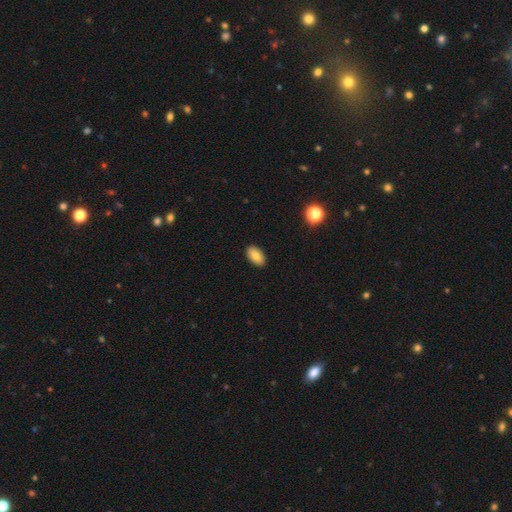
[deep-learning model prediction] Smooth or featured?
  - smooth: 80% *
  - featured or disk: 12%
  - star or artifact: 8%
How rounded?
  - in between: 94% *
  - round: 4%
  - cigar-shaped: 2%
Merging?
  - none: 90% *
  - minor disturbance: 7%
  - major disturbance: 2%
  - merger: 1%